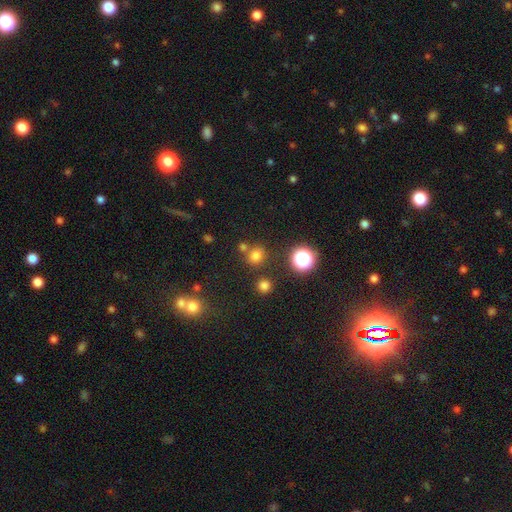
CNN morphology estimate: Smooth or featured?
  - smooth: 71% *
  - star or artifact: 23%
  - featured or disk: 6%
How rounded?
  - round: 86% *
  - in between: 13%
  - cigar-shaped: 1%
Merging?
  - none: 73% *
  - merger: 14%
  - minor disturbance: 9%
  - major disturbance: 4%